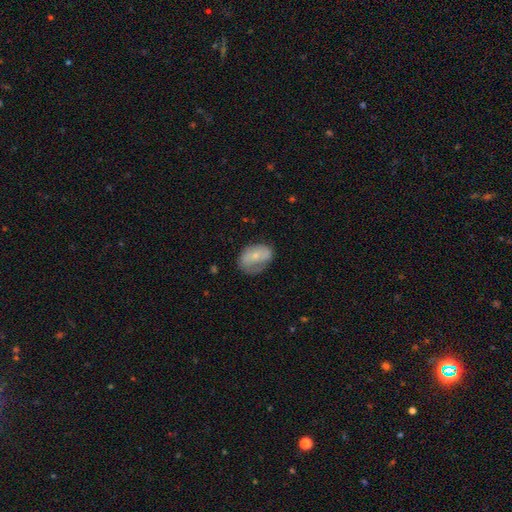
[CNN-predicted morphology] smooth-or-featured: smooth: 58% | featured or disk: 35% | star or artifact: 7%
  how-rounded: in between: 79% | round: 20% | cigar-shaped: 1%
  merging: none: 48% | minor disturbance: 32% | major disturbance: 18% | merger: 2%